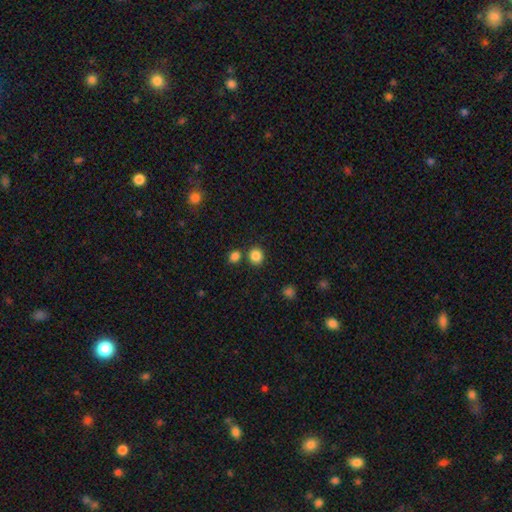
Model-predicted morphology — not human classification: The model was most divided on "merging": none: 79%, merger: 11%, minor disturbance: 7%, major disturbance: 3%. More confident: smooth or featured — smooth (85%); how rounded — round (84%).